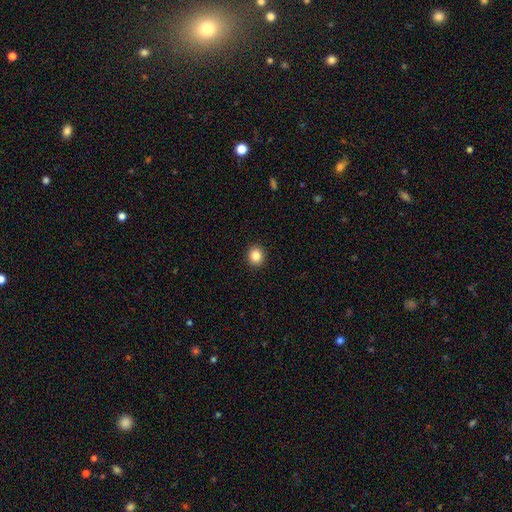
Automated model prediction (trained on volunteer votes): The model was most divided on "how rounded": round: 84%, in between: 15%, cigar-shaped: 1%. More confident: merging — none (92%); smooth or featured — smooth (86%).